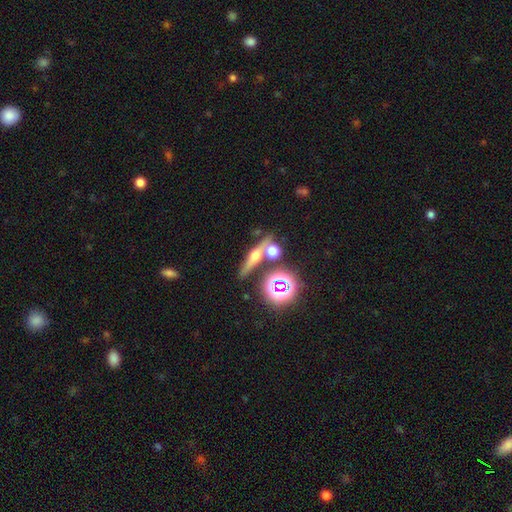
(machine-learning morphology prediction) Smooth or featured: featured or disk — 53% (smooth — 27%)
Edge-on disk: yes — 87% (no — 13%)
Merging: none — 73% (merger — 15%)